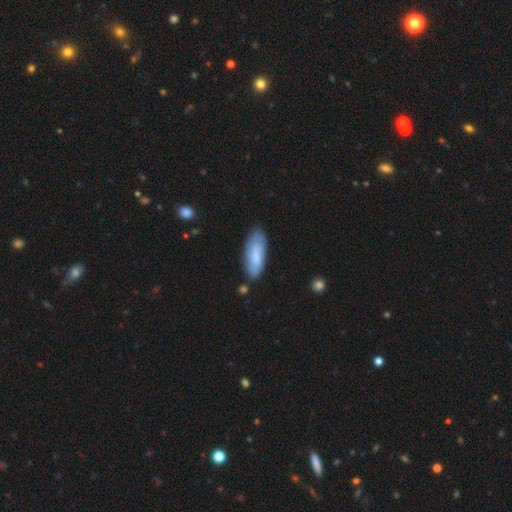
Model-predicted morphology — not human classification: A smooth galaxy with no disk features (69%) that is in between round and cigar-shaped (71%). Merging: none (71%).